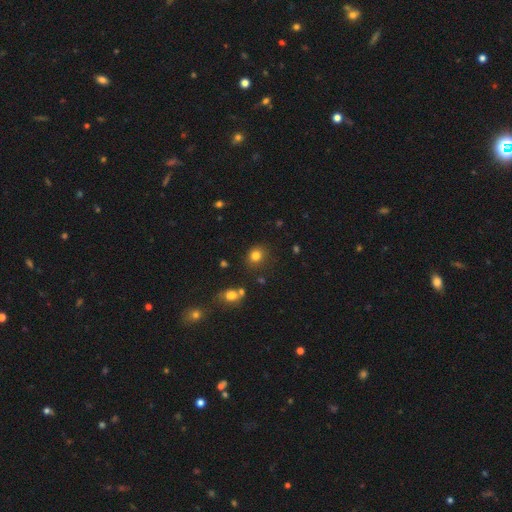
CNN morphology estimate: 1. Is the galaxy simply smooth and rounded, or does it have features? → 80% smooth, 13% star or artifact, 6% featured or disk.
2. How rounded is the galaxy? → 79% round, 20% in between, 1% cigar-shaped.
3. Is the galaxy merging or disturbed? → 82% none, 11% minor disturbance, 4% merger, 3% major disturbance.